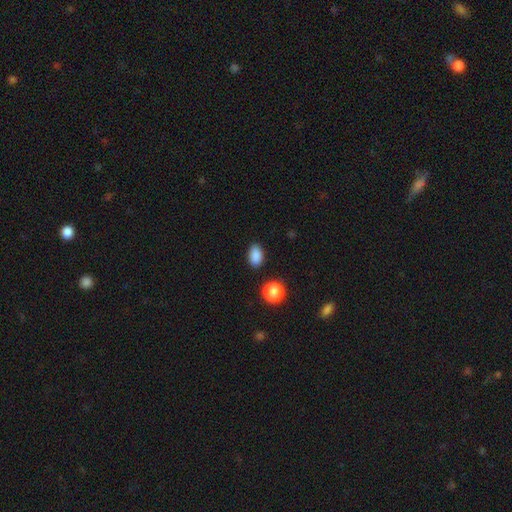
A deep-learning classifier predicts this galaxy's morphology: Smooth or featured?
  - smooth: 87% *
  - star or artifact: 10%
  - featured or disk: 3%
How rounded?
  - in between: 85% *
  - round: 13%
  - cigar-shaped: 2%
Merging?
  - none: 86% *
  - minor disturbance: 9%
  - major disturbance: 2%
  - merger: 2%